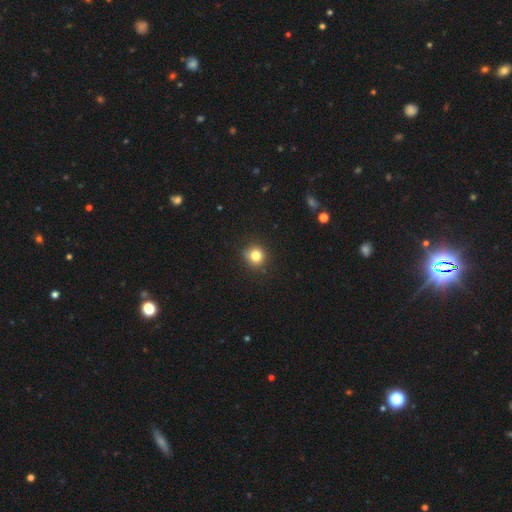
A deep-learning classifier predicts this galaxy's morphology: This is clearly a smooth galaxy (81%). How rounded: clearly round (89%). Merging: clearly none (83%).